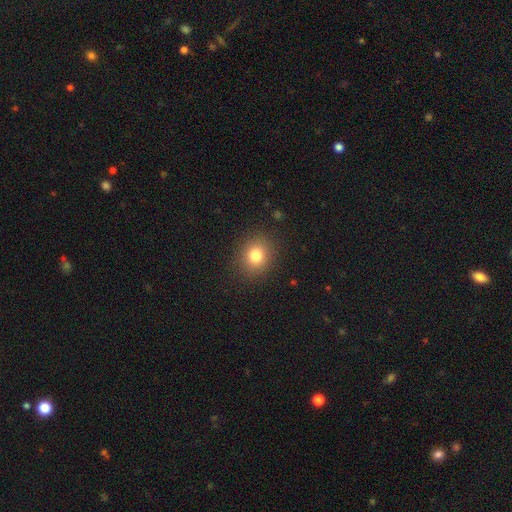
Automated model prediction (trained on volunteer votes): smooth-or-featured: smooth: 80% | star or artifact: 12% | featured or disk: 8%
  how-rounded: round: 77% | in between: 22% | cigar-shaped: 1%
  merging: none: 89% | minor disturbance: 7% | major disturbance: 3% | merger: 1%